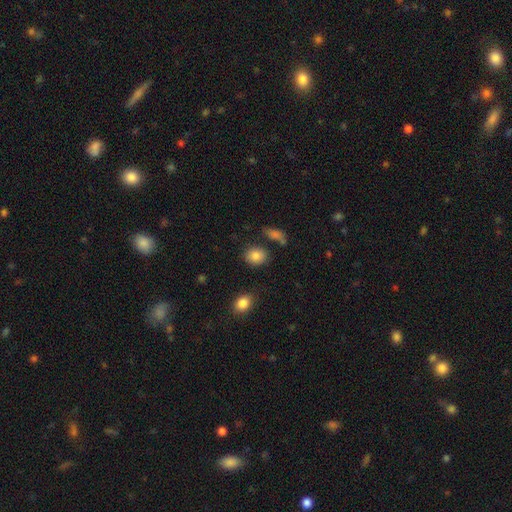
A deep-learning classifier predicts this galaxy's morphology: type=smooth (85%); roundness=in between (50%); merging=none (80%).